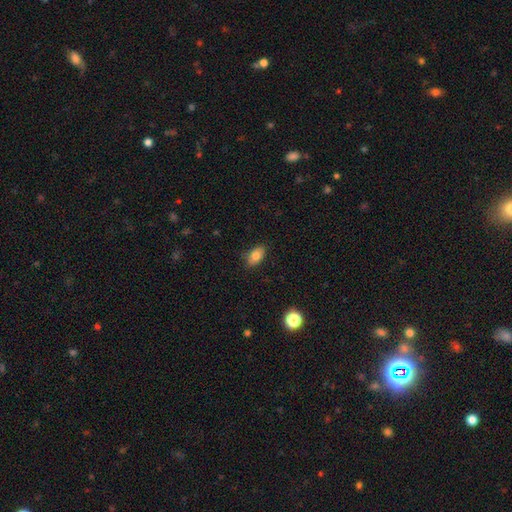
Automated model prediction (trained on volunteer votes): Q: Smooth or featured?
A: smooth (82%); runner-up: featured or disk (9%)
Q: How rounded?
A: in between (88%); runner-up: round (10%)
Q: Merging?
A: none (83%); runner-up: minor disturbance (14%)